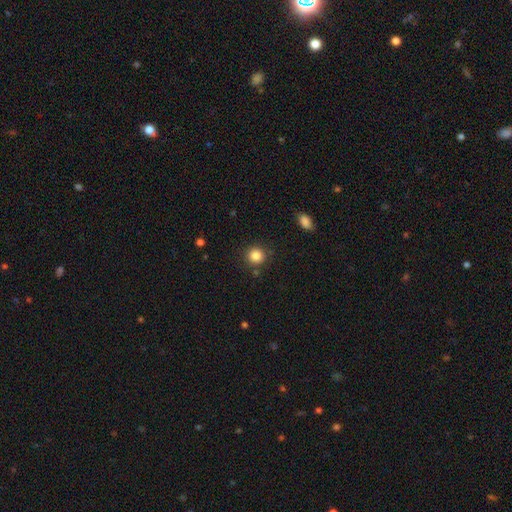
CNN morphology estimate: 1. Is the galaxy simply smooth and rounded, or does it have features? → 85% smooth, 11% star or artifact, 4% featured or disk.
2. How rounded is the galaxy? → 90% round, 9% in between, 1% cigar-shaped.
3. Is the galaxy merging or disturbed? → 86% none, 8% minor disturbance, 4% merger, 3% major disturbance.